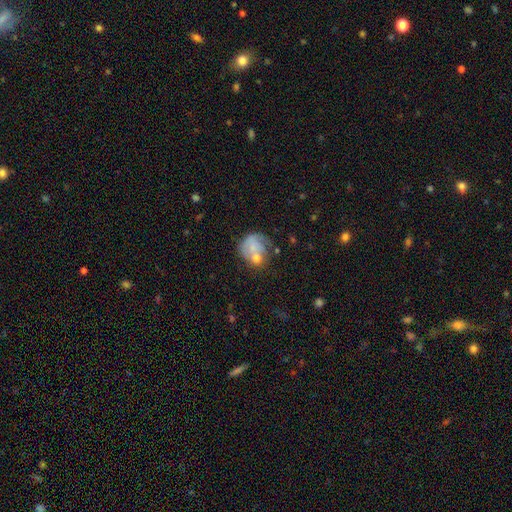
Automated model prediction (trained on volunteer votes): smooth-or-featured: smooth: 44% | featured or disk: 41% | star or artifact: 15%
  merging: none: 42% | minor disturbance: 21% | merger: 21% | major disturbance: 16%